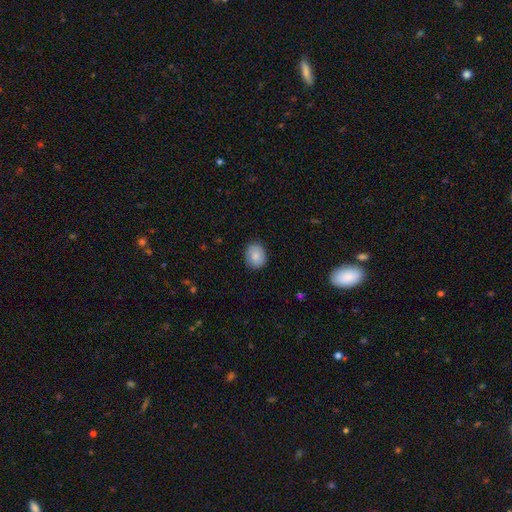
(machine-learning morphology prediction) Q: Smooth or featured?
A: smooth (83%); runner-up: featured or disk (9%)
Q: How rounded?
A: round (57%); runner-up: in between (42%)
Q: Merging?
A: none (86%); runner-up: minor disturbance (11%)